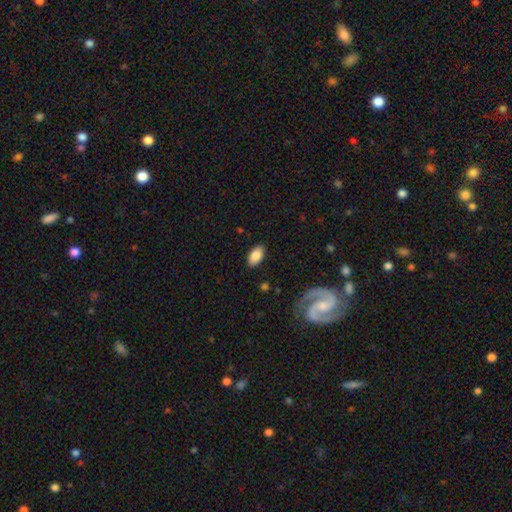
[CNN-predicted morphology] This is clearly a smooth galaxy (84%). How rounded: clearly in between (94%). Merging: clearly none (86%).